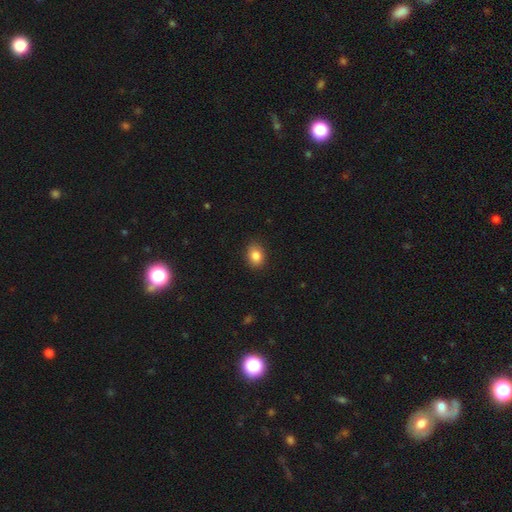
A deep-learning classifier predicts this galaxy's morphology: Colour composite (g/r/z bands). It shows a smooth galaxy with no disk features (85%) that is in between round and cigar-shaped (64%). Merging: none (86%).